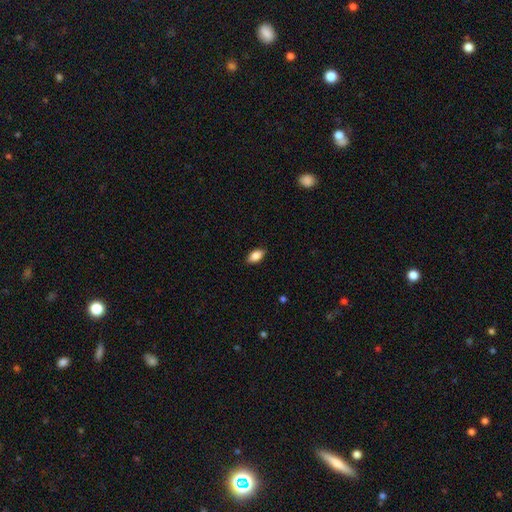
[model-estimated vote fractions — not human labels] Smooth or featured?
  - smooth: 83% *
  - featured or disk: 9%
  - star or artifact: 7%
How rounded?
  - in between: 91% *
  - round: 5%
  - cigar-shaped: 4%
Merging?
  - none: 87% *
  - minor disturbance: 10%
  - major disturbance: 2%
  - merger: 1%